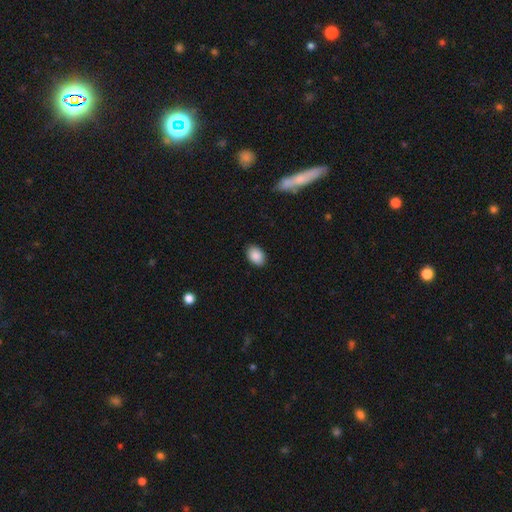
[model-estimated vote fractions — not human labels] This appears to be a smooth galaxy with no disk features (89%) that is in between round and cigar-shaped (85%). Merging: none (89%).